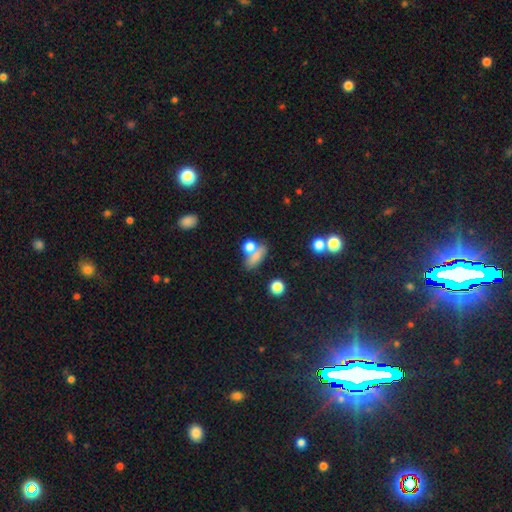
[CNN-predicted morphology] A smooth galaxy with no disk features (71%) that is in between round and cigar-shaped (63%).

Vote fractions:
- Smooth or featured? smooth: 71% / featured or disk: 15% / star or artifact: 15%
- How rounded? in between: 63% / round: 24% / cigar-shaped: 13%
- Merging? none: 44% / merger: 31% / minor disturbance: 15% / major disturbance: 10%